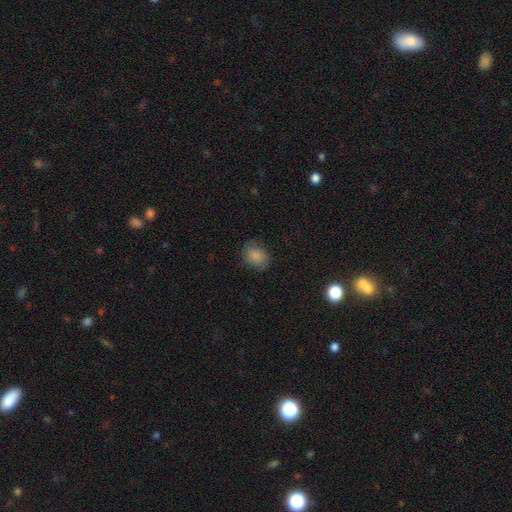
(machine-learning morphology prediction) A smooth galaxy with no disk features (80%) that is in between round and cigar-shaped (53%).

Vote fractions:
- Smooth or featured? smooth: 80% / featured or disk: 11% / star or artifact: 9%
- How rounded? in between: 53% / round: 46% / cigar-shaped: 1%
- Merging? none: 75% / minor disturbance: 19% / major disturbance: 5% / merger: 1%